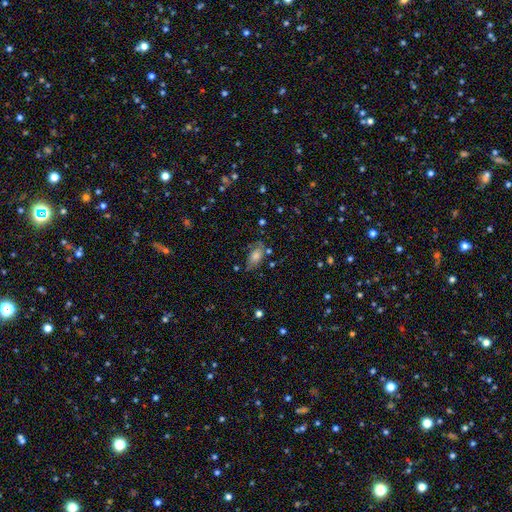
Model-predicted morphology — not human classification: Overall: smooth (54%; featured or disk 33%). How rounded: in between (87%). Merging: none (63%; minor disturbance 24%).